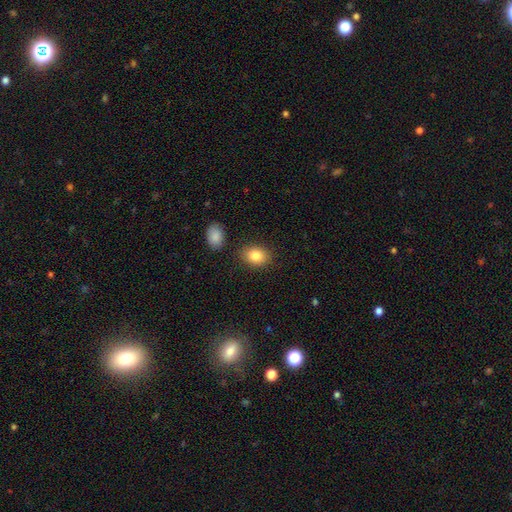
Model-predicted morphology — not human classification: Q: Smooth or featured?
A: smooth (84%); runner-up: star or artifact (8%)
Q: How rounded?
A: in between (66%); runner-up: round (33%)
Q: Merging?
A: none (85%); runner-up: minor disturbance (9%)